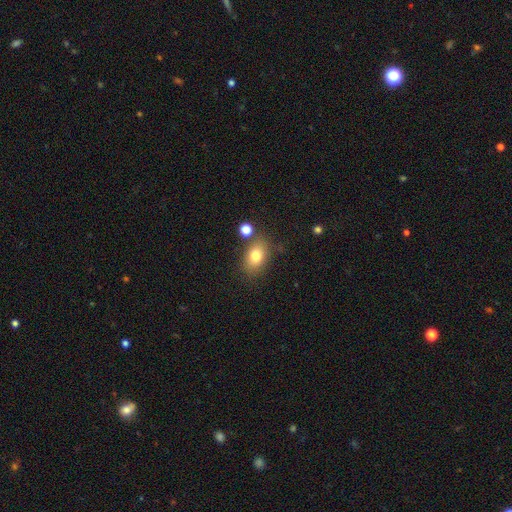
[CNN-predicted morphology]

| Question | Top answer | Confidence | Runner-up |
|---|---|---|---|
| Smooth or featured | smooth | 78% | featured or disk (12%) |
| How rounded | in between | 79% | round (19%) |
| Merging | none | 74% | minor disturbance (14%) |